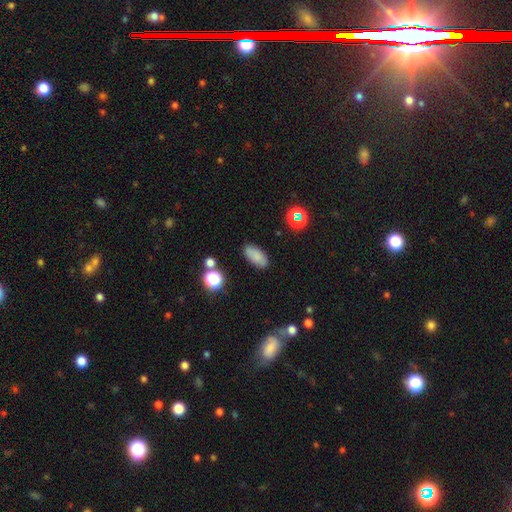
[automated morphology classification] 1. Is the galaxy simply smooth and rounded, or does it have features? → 81% smooth, 11% star or artifact, 8% featured or disk.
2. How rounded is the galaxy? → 90% in between, 6% cigar-shaped, 4% round.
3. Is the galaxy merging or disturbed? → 84% none, 11% minor disturbance, 3% major disturbance, 2% merger.